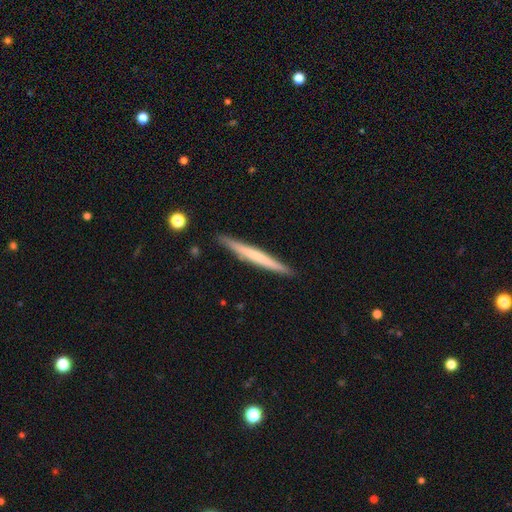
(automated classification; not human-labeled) Smooth or featured? smooth (52%)
How rounded? cigar-shaped (97%)
Merging? none (91%)